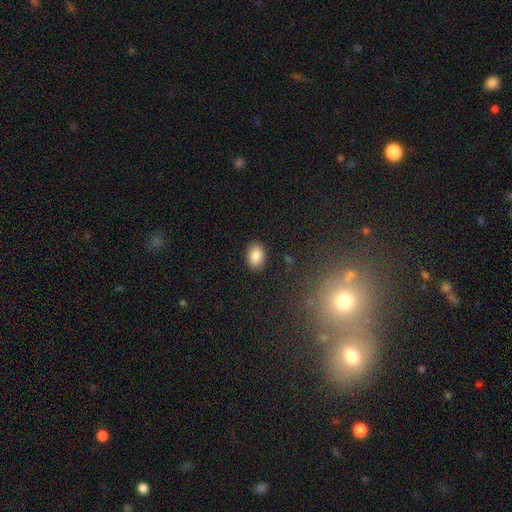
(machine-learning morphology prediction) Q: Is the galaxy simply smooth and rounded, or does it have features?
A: smooth — 87%.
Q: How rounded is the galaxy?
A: in between — 80%.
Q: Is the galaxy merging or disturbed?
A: none — 88%.